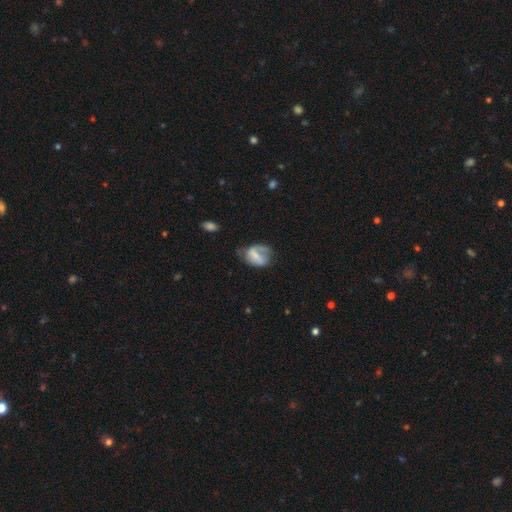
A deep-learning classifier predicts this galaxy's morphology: This appears to be a featured or disk galaxy (49%). Merging: none (37%).